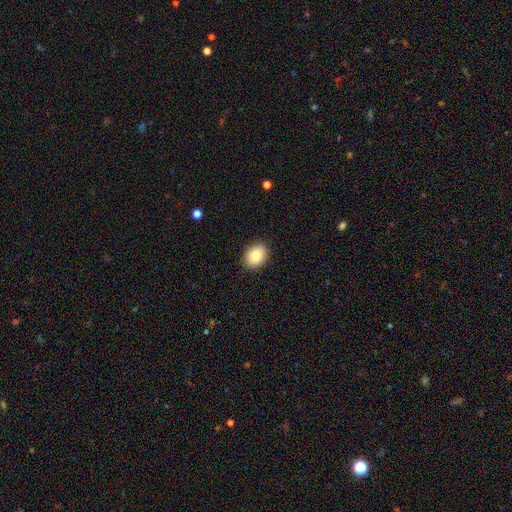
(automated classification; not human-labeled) This is clearly a smooth galaxy (85%). How rounded: possibly in between (53%). Merging: clearly none (89%).